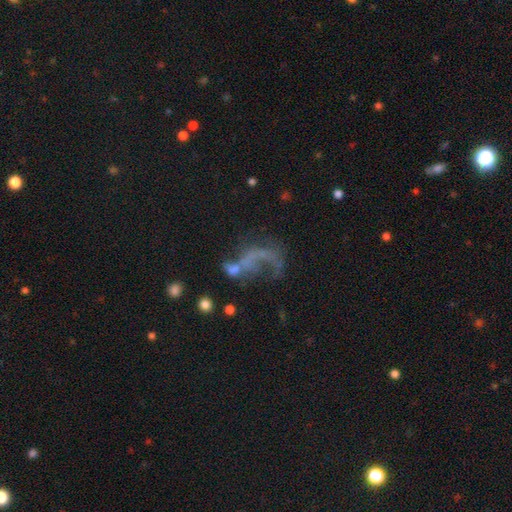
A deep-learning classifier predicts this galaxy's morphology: featured or disk 54%, smooth 26%, star or artifact 20%. Down the decision tree: edge-on disk — no (97%); bar — no (85%); spiral arms — no (72%); bulge size — none (75%); merging — major disturbance (43%).